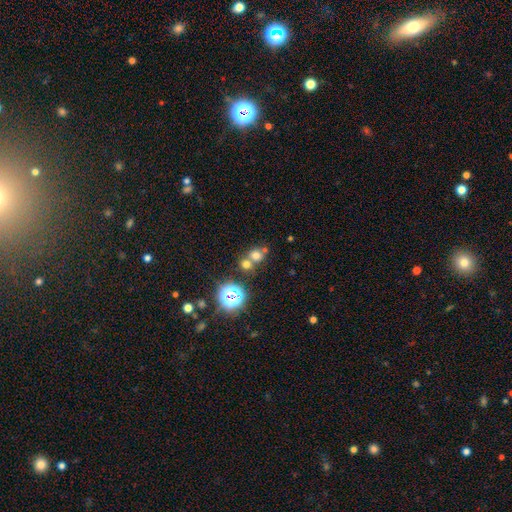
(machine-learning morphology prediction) Smooth or featured? Predicted: smooth (p=0.65). How rounded? Predicted: round (p=0.79). Merging? Predicted: none (p=0.46).